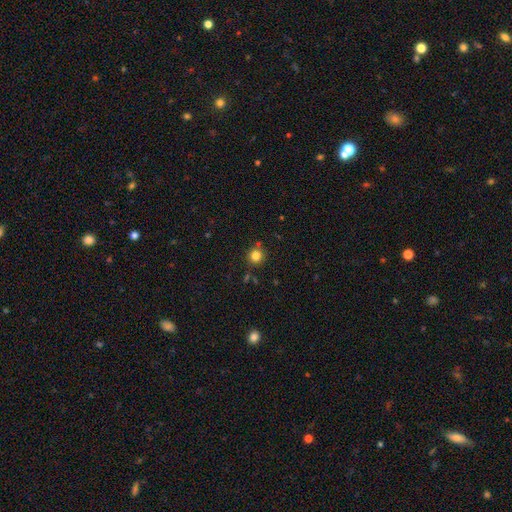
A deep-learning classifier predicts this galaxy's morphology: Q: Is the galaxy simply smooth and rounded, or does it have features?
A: smooth — 82%.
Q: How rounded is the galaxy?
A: round — 92%.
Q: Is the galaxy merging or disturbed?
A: none — 83%.